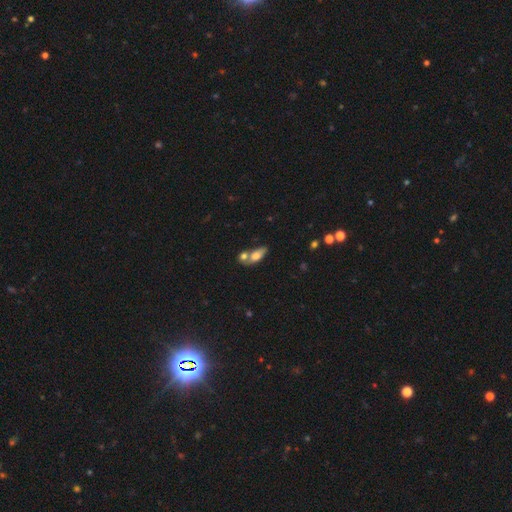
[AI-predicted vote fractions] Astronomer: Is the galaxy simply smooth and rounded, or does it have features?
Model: smooth — 66%.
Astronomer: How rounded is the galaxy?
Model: in between — 77%.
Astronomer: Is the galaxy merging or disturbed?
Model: merger — 42% (runner-up: none, 39%).